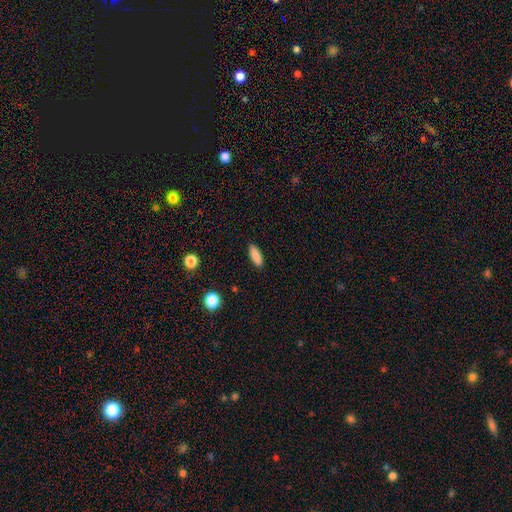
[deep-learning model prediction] Smooth or featured? smooth (88%)
How rounded? in between (58%)
Merging? none (89%)